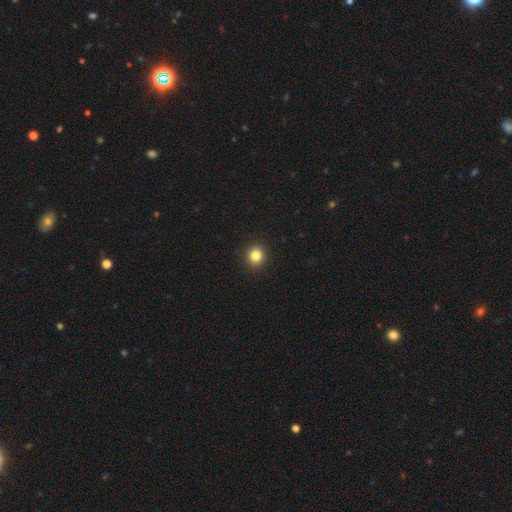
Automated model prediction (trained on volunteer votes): Smooth or featured? smooth (84%)
How rounded? round (89%)
Merging? none (92%)